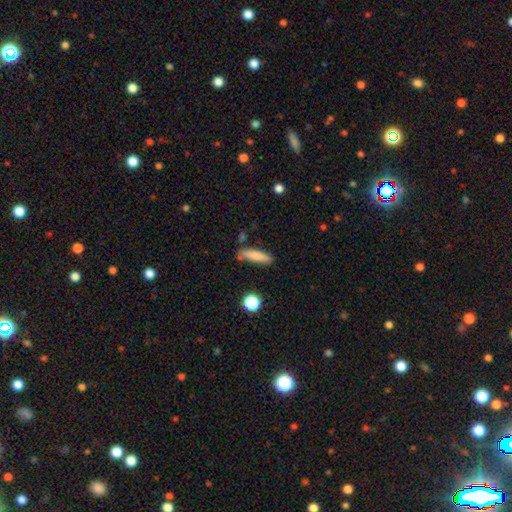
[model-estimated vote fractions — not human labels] A smooth galaxy with no disk features (79%) that is cigar-shaped (74%).

Vote fractions:
- Smooth or featured? smooth: 79% / featured or disk: 13% / star or artifact: 7%
- How rounded? cigar-shaped: 74% / in between: 24% / round: 2%
- Merging? none: 77% / minor disturbance: 15% / merger: 5% / major disturbance: 3%